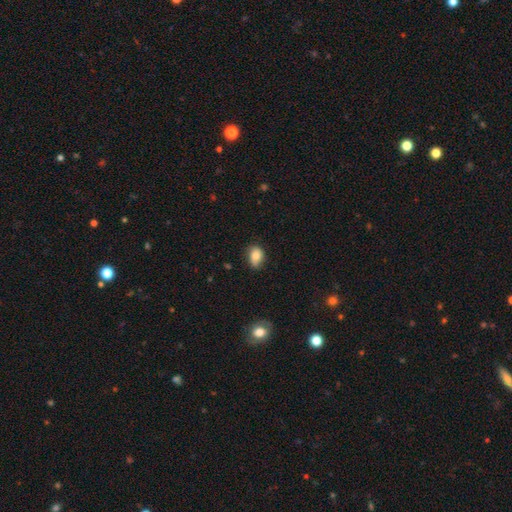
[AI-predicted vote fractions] Overall: smooth (80%). How rounded: in between (75%). Merging: none (71%).